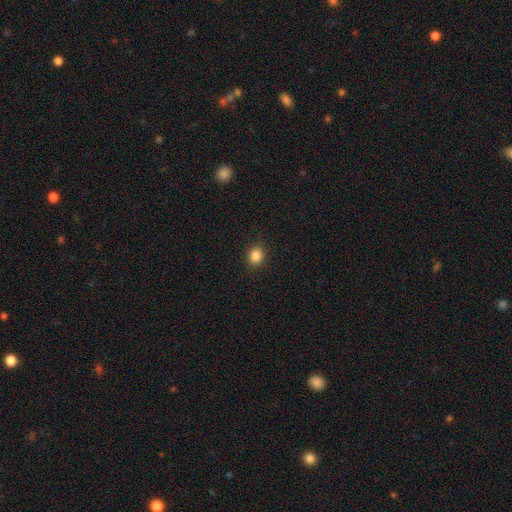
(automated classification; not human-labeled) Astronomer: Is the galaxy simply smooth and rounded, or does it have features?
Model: smooth — 85%.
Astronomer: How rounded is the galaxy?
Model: round — 67%.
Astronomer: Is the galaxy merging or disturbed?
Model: none — 90%.